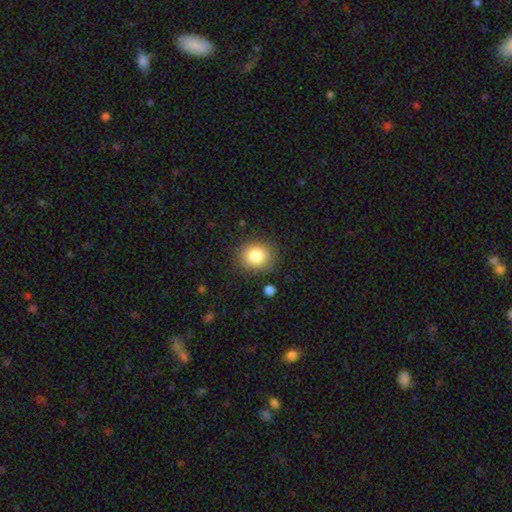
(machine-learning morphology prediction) The model was most divided on "how rounded": round: 78%, in between: 21%, cigar-shaped: 1%. More confident: merging — none (85%); smooth or featured — smooth (84%).